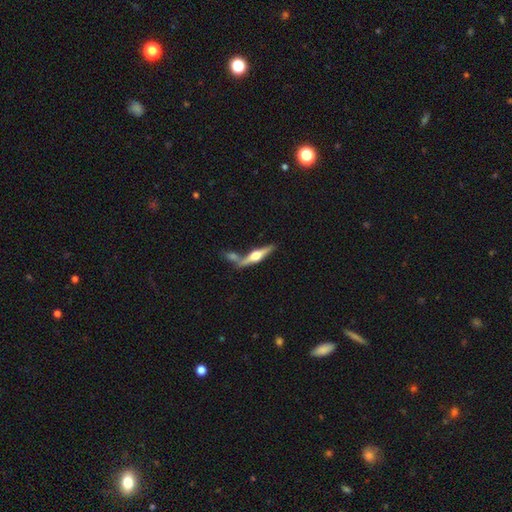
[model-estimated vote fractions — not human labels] Smooth or featured?
  - featured or disk: 73% *
  - smooth: 22%
  - star or artifact: 5%
Edge-on disk?
  - yes: 97% *
  - no: 3%
Edge-on bulge?
  - rounded: 95% *
  - boxy: 3%
  - none: 2%
Merging?
  - none: 63% *
  - merger: 24%
  - minor disturbance: 10%
  - major disturbance: 3%